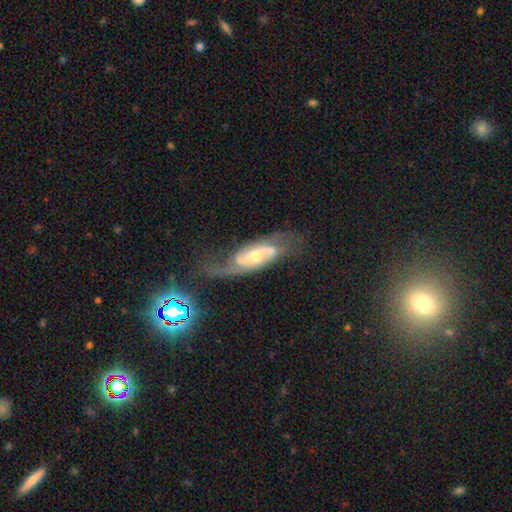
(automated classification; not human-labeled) A featured or disk galaxy (81%) with no bar (48%), 2 (81%) medium (46%) spiral arms (93%) and a moderate central bulge (53%). Merging: none (56%).